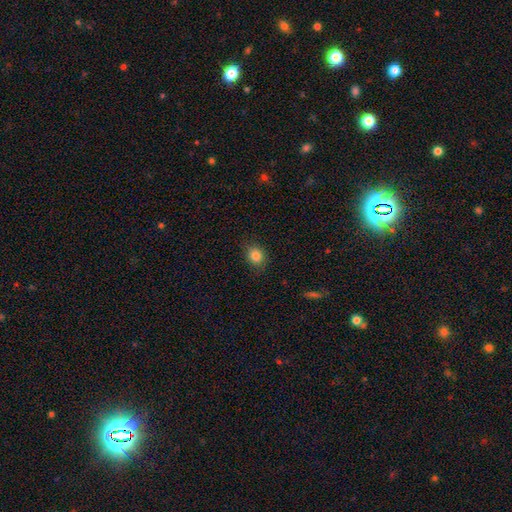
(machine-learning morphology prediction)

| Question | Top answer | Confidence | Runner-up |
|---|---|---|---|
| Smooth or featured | smooth | 84% | star or artifact (11%) |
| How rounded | round | 64% | in between (35%) |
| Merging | none | 82% | minor disturbance (13%) |